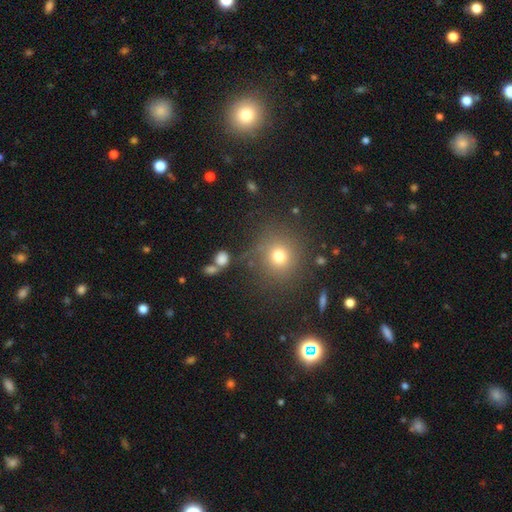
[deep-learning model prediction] smooth-or-featured: smooth: 54% | star or artifact: 37% | featured or disk: 9%
  how-rounded: round: 92% | in between: 7% | cigar-shaped: 1%
  merging: none: 86% | minor disturbance: 7% | merger: 4% | major disturbance: 3%